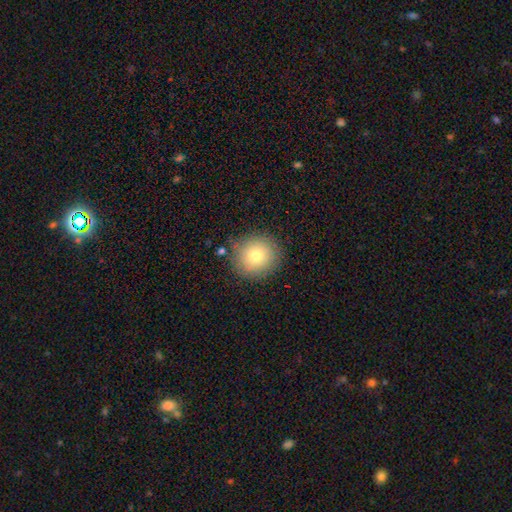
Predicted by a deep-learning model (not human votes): smooth_or_featured: smooth (p=0.78) [alt: featured or disk p=0.12]
how_rounded: round (p=0.92) [alt: in between p=0.07]
merging: none (p=0.84) [alt: minor disturbance p=0.11]